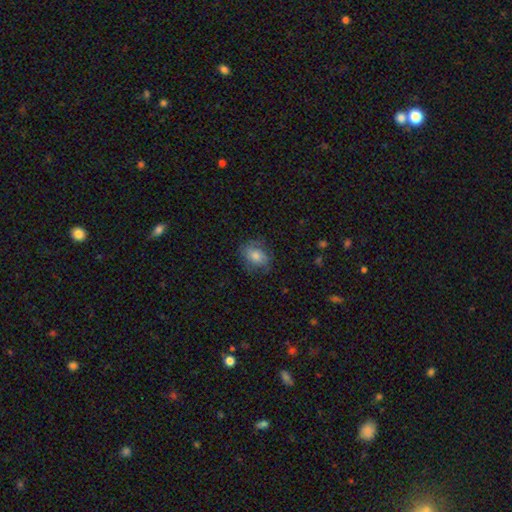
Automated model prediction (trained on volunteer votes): smooth_or_featured: smooth (p=0.70) [alt: featured or disk p=0.20]
how_rounded: in between (p=0.59) [alt: round p=0.40]
merging: none (p=0.69) [alt: minor disturbance p=0.21]